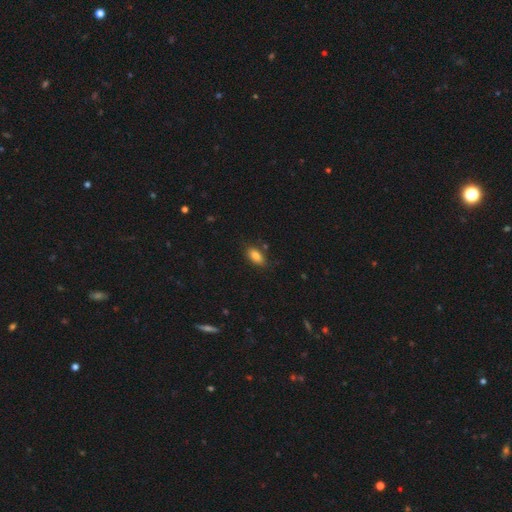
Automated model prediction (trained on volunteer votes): Smooth or featured? Predicted: smooth (p=0.84). How rounded? Predicted: in between (p=0.90). Merging? Predicted: none (p=0.79).